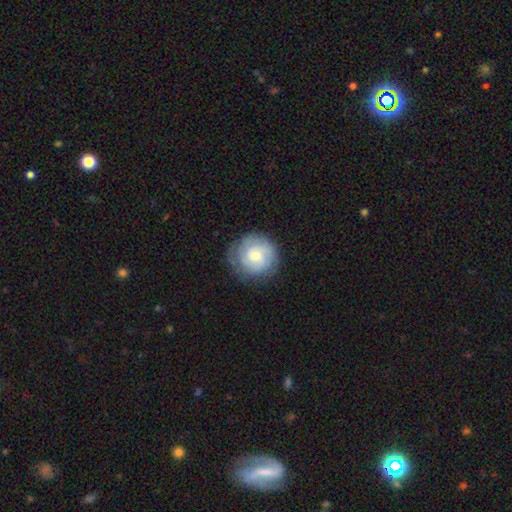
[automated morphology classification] smooth 50%, featured or disk 43%, star or artifact 7%. Down the decision tree: how rounded — round (93%); merging — none (78%).